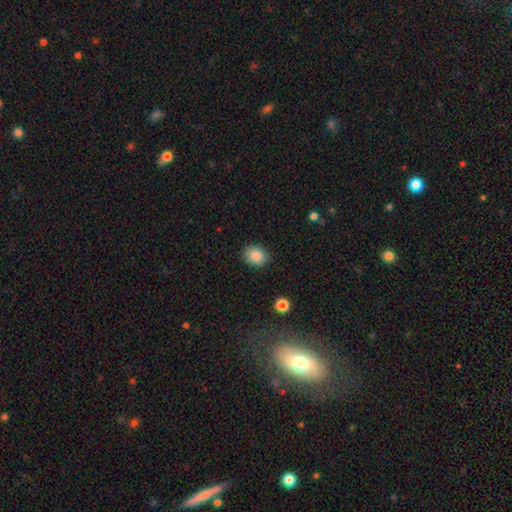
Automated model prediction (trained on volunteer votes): Smooth or featured?
  - smooth: 86% *
  - star or artifact: 9%
  - featured or disk: 6%
How rounded?
  - round: 52% *
  - in between: 47%
  - cigar-shaped: 1%
Merging?
  - none: 88% *
  - minor disturbance: 9%
  - major disturbance: 2%
  - merger: 1%